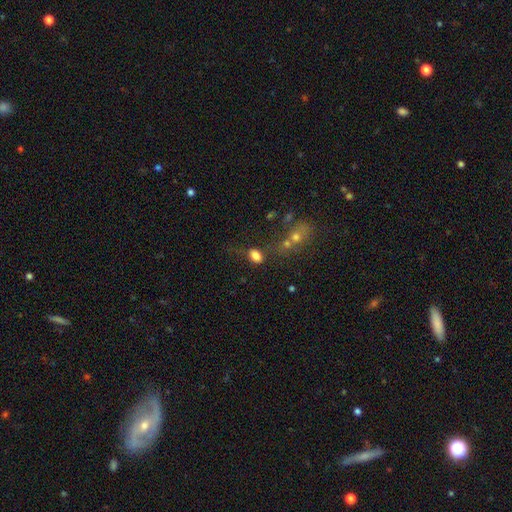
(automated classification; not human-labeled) Smooth or featured: smooth — 81% (star or artifact — 11%)
How rounded: in between — 81% (round — 17%)
Merging: none — 54% (minor disturbance — 21%)